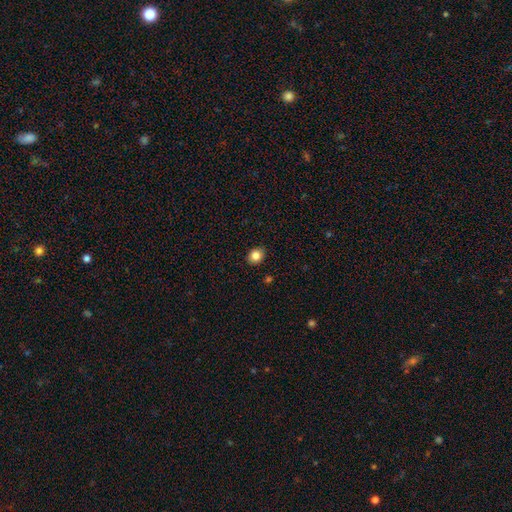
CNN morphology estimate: Smooth or featured?
  - smooth: 85% *
  - star or artifact: 10%
  - featured or disk: 5%
How rounded?
  - round: 58% *
  - in between: 41%
  - cigar-shaped: 1%
Merging?
  - none: 90% *
  - minor disturbance: 7%
  - major disturbance: 2%
  - merger: 1%